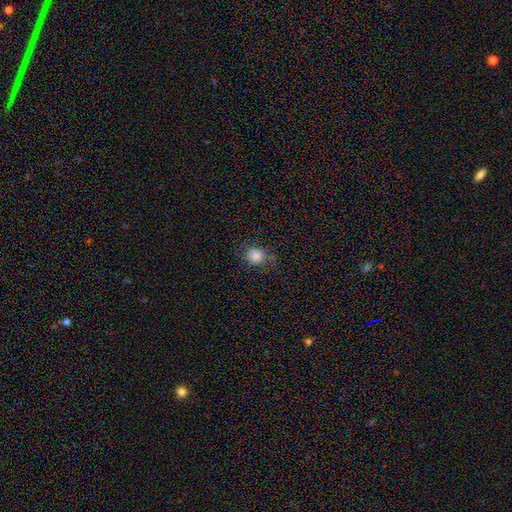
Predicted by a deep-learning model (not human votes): Smooth or featured?
  - smooth: 83% *
  - star or artifact: 11%
  - featured or disk: 6%
How rounded?
  - round: 78% *
  - in between: 21%
  - cigar-shaped: 1%
Merging?
  - none: 73% *
  - minor disturbance: 20%
  - major disturbance: 6%
  - merger: 2%